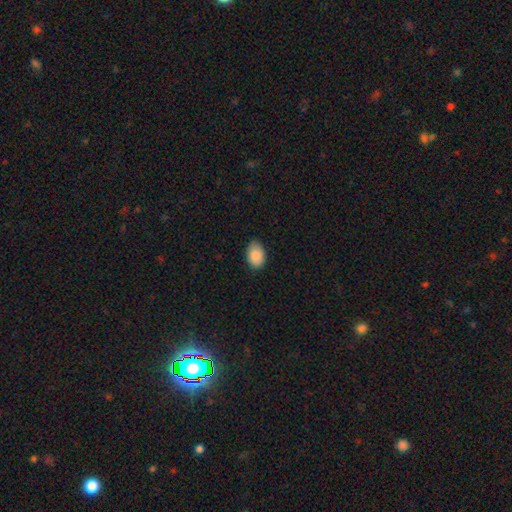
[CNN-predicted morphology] type=smooth (90%); roundness=in between (88%); merging=none (80%).